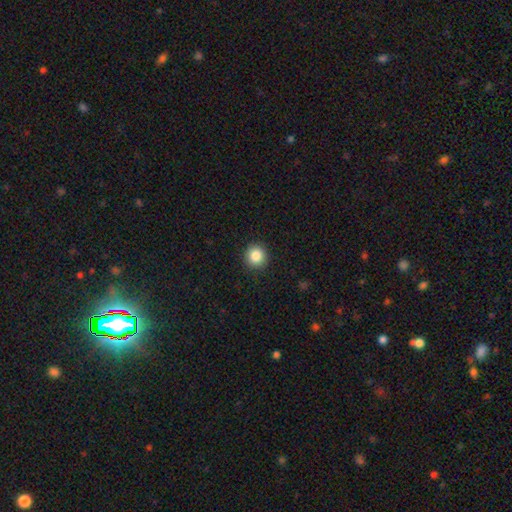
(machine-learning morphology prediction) This is clearly a smooth galaxy (86%). How rounded: clearly round (93%). Merging: clearly none (92%).